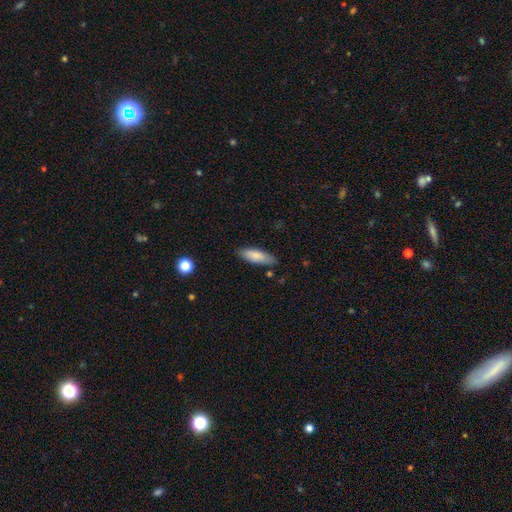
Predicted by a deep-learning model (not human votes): Morphology: type=smooth (81%); roundness=in between (60%); merging=none (80%).